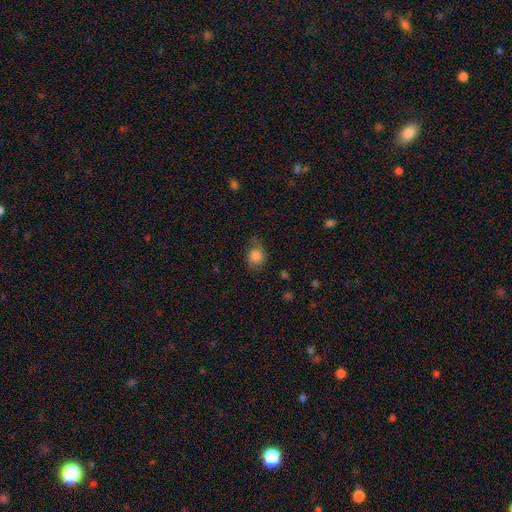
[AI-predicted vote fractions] Morphology: type=smooth (81%); roundness=round (62%); merging=none (58%).